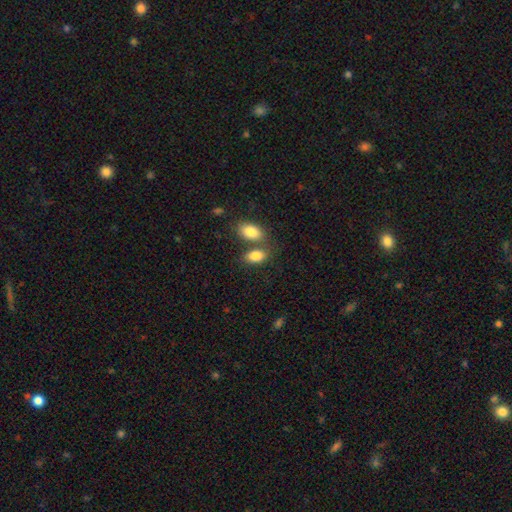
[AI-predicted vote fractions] Smooth or featured: smooth — 86% (star or artifact — 7%)
How rounded: in between — 90% (round — 7%)
Merging: none — 49% (merger — 37%)